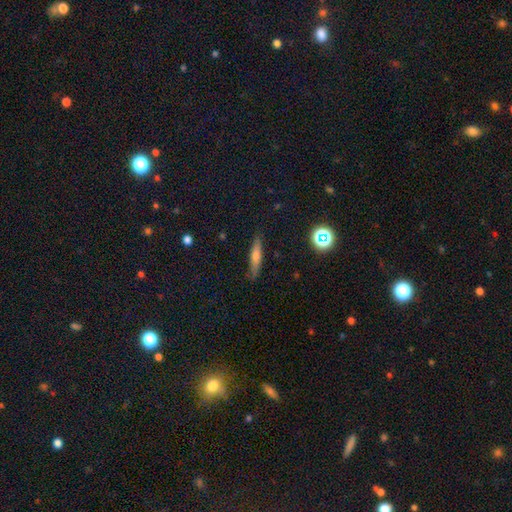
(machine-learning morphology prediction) Smooth or featured? smooth (56%)
How rounded? cigar-shaped (83%)
Merging? none (84%)